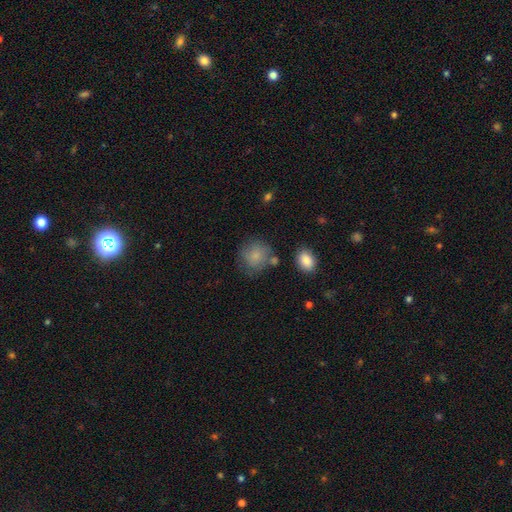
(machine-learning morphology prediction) The model was most divided on "merging": none: 65%, minor disturbance: 20%, merger: 8%, major disturbance: 8%. More confident: how rounded — round (85%); smooth or featured — smooth (81%).